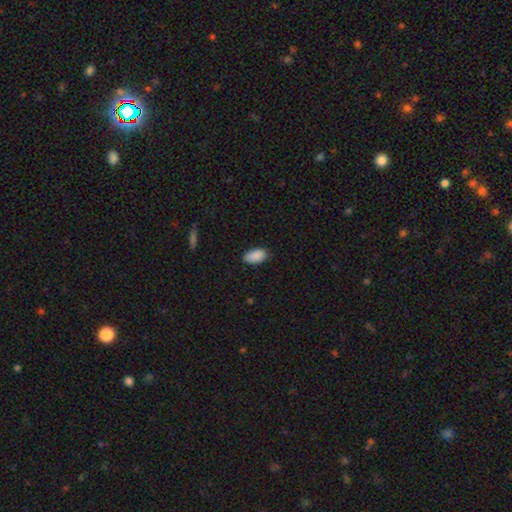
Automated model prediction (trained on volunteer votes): Smooth or featured: smooth — 90% (star or artifact — 7%)
How rounded: in between — 94% (round — 3%)
Merging: none — 84% (minor disturbance — 12%)